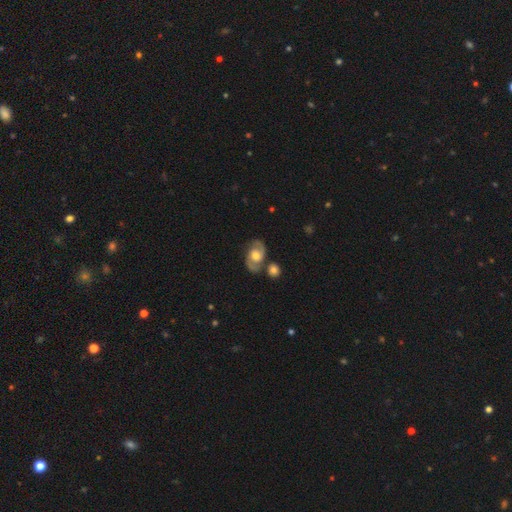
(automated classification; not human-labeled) Q: Smooth or featured?
A: featured or disk (78%); runner-up: smooth (16%)
Q: Edge-on disk?
A: no (97%); runner-up: yes (3%)
Q: Bar?
A: no (61%); runner-up: weak (32%)
Q: Spiral arms?
A: yes (90%); runner-up: no (10%)
Q: Spiral winding?
A: medium (54%); runner-up: tight (28%)
Q: Spiral arm count?
A: 2 (91%); runner-up: can't tell (5%)
Q: Bulge size?
A: moderate (65%); runner-up: large (20%)
Q: Merging?
A: none (72%); runner-up: minor disturbance (13%)